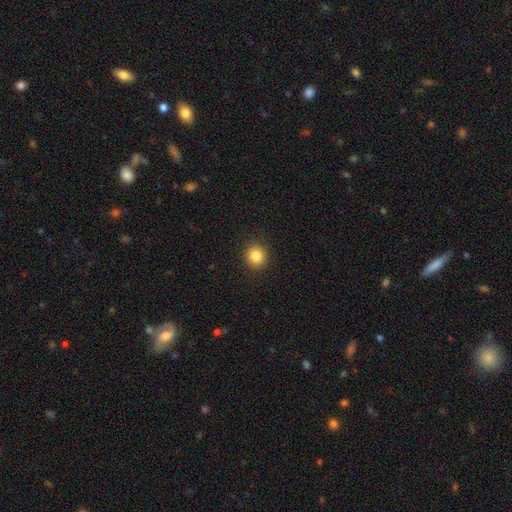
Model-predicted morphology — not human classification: Smooth or featured? Predicted: smooth (p=0.85). How rounded? Predicted: round (p=0.85). Merging? Predicted: none (p=0.91).